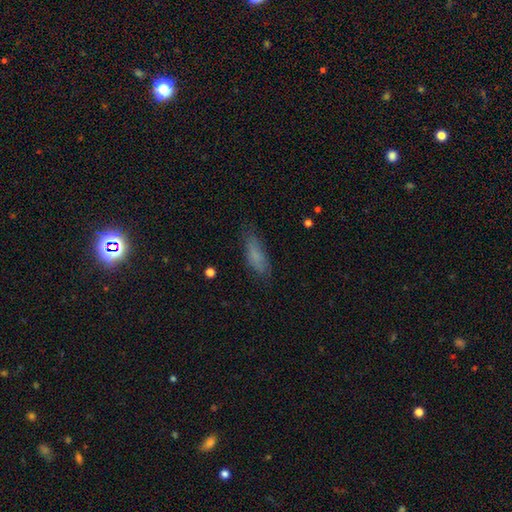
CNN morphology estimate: This appears to be a smooth galaxy with no disk features (76%) that is in between round and cigar-shaped (59%). Merging: none (70%).